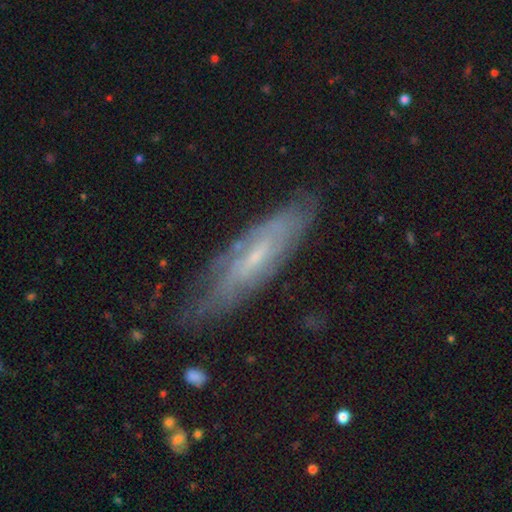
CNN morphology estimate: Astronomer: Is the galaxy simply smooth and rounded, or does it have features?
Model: featured or disk — 68%.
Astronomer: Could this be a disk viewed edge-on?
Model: no — 62% (runner-up: yes, 38%).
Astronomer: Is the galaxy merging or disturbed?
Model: none — 72%.